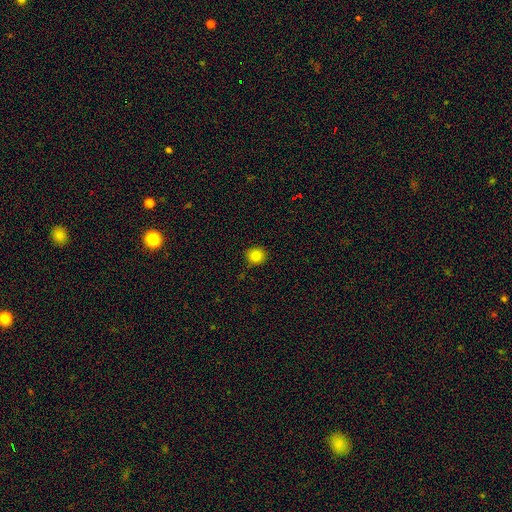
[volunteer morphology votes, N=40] Q: Smooth or featured?
A: smooth (85%); runner-up: star or artifact (10%)
Q: How rounded?
A: round (100%)
Q: Merging?
A: none (86%); runner-up: minor disturbance (14%)